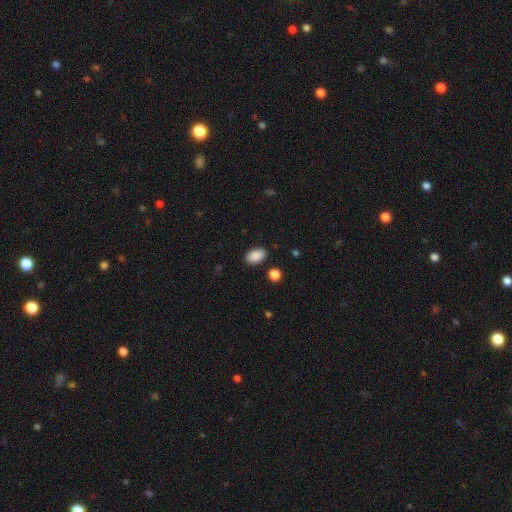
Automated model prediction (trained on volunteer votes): A smooth galaxy with no disk features (90%) that is in between round and cigar-shaped (91%). Merging: none (87%).